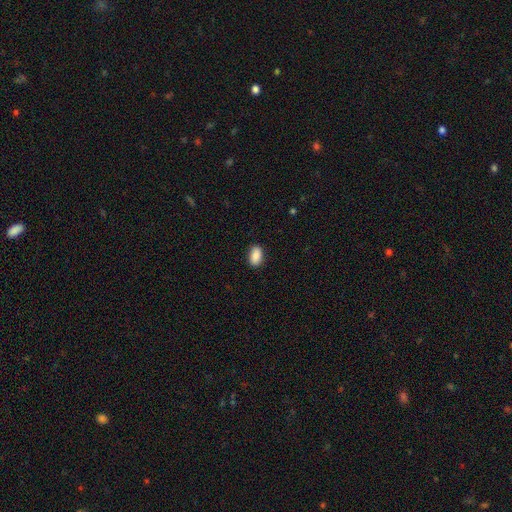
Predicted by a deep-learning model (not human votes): This appears to be a smooth galaxy with no disk features (90%) that is in between round and cigar-shaped (92%). Merging: none (87%).